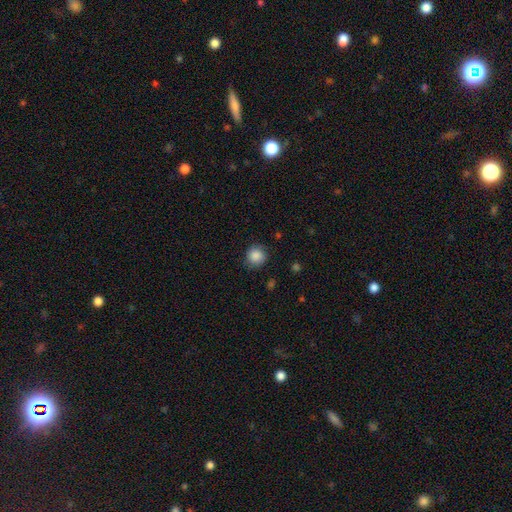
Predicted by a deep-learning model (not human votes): Smooth or featured?
  - smooth: 87% *
  - star or artifact: 9%
  - featured or disk: 5%
How rounded?
  - round: 90% *
  - in between: 9%
  - cigar-shaped: 1%
Merging?
  - none: 83% *
  - minor disturbance: 13%
  - major disturbance: 3%
  - merger: 1%